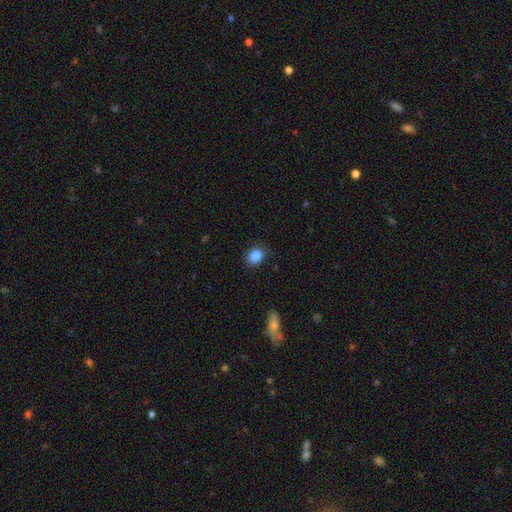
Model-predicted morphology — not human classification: Smooth or featured? Predicted: smooth (p=0.86). How rounded? Predicted: round (p=0.63). Merging? Predicted: none (p=0.82).